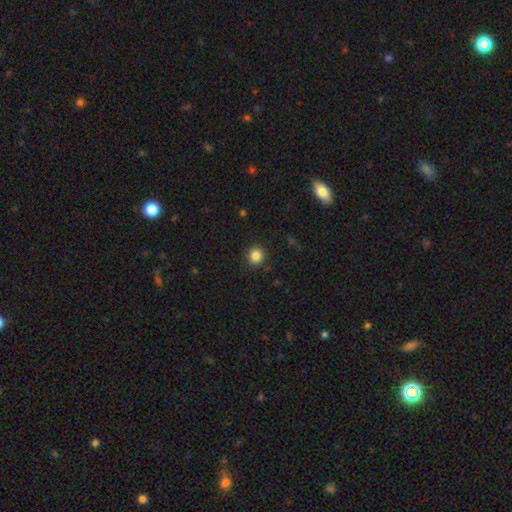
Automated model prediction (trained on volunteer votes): smooth 85%, star or artifact 11%, featured or disk 4%. Down the decision tree: how rounded — round (90%); merging — none (91%).